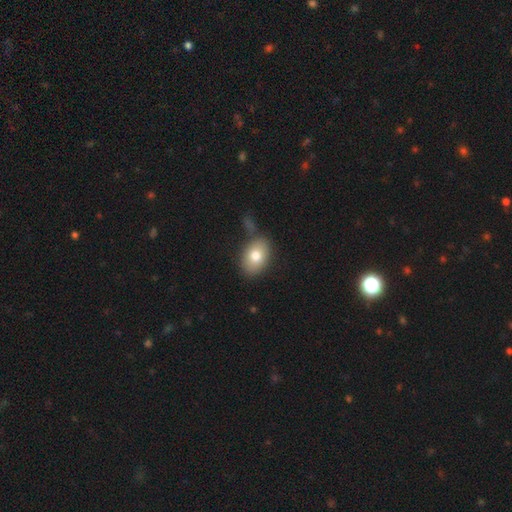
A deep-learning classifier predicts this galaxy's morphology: The model was most divided on "merging": none: 73%, minor disturbance: 13%, merger: 9%, major disturbance: 5%. More confident: how rounded — in between (79%); smooth or featured — smooth (77%).